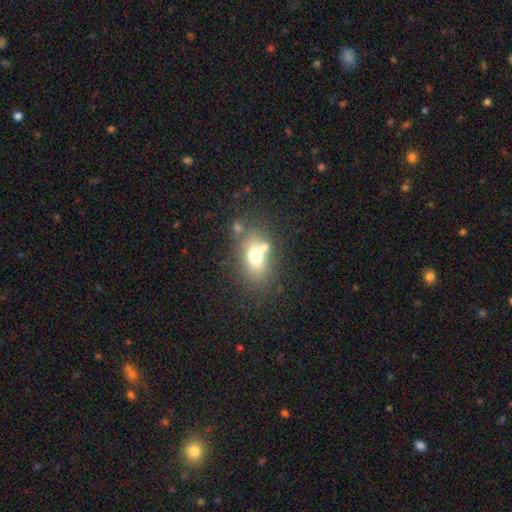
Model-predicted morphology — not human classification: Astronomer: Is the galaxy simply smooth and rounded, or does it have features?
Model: smooth — 66%.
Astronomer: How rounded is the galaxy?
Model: in between — 73%.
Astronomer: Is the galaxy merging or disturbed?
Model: none — 59%.